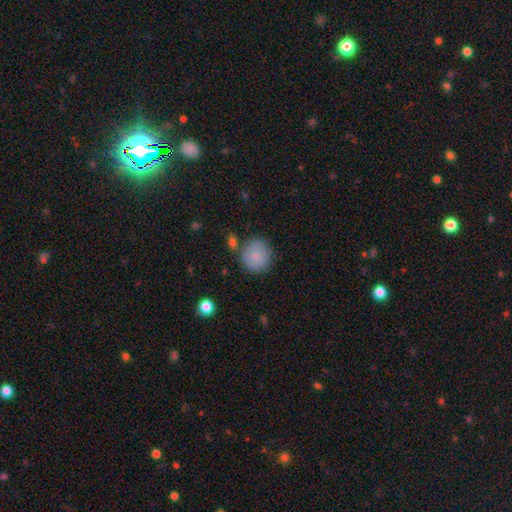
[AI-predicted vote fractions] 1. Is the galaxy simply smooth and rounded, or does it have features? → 85% smooth, 8% featured or disk, 7% star or artifact.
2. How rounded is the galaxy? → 91% round, 8% in between, 1% cigar-shaped.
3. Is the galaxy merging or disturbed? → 76% none, 13% minor disturbance, 7% merger, 4% major disturbance.